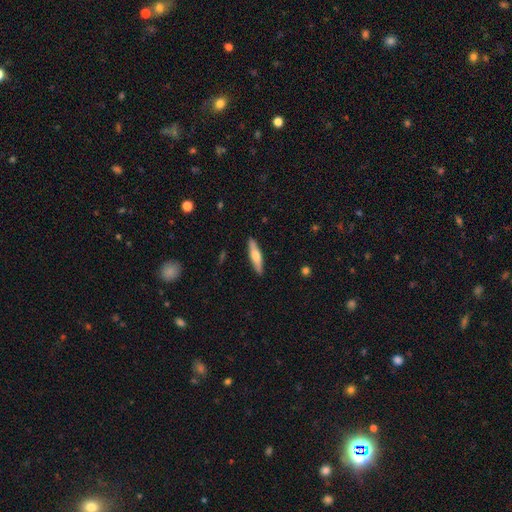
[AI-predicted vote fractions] This is possibly a smooth galaxy (54%). How rounded: likely cigar-shaped (78%). Merging: clearly none (90%).